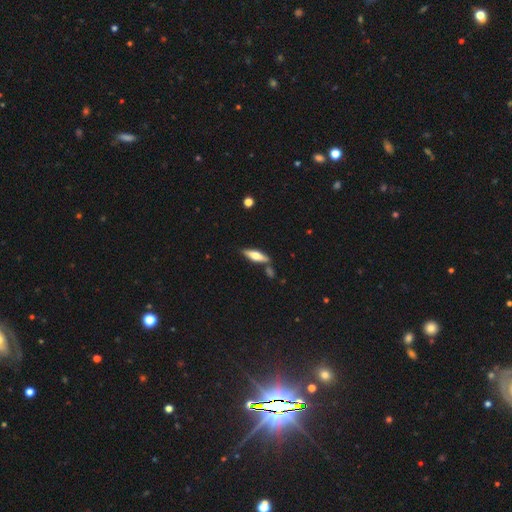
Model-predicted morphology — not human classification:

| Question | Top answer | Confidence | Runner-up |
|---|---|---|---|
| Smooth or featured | smooth | 51% | featured or disk (43%) |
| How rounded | cigar-shaped | 57% | in between (41%) |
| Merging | none | 75% | minor disturbance (13%) |